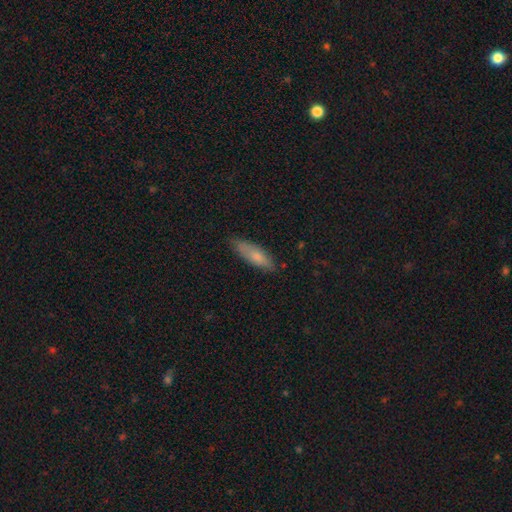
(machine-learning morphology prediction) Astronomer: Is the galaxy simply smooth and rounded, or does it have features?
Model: smooth — 76%.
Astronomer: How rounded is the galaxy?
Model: cigar-shaped — 51% (runner-up: in between, 47%).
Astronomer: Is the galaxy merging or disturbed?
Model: none — 79%.